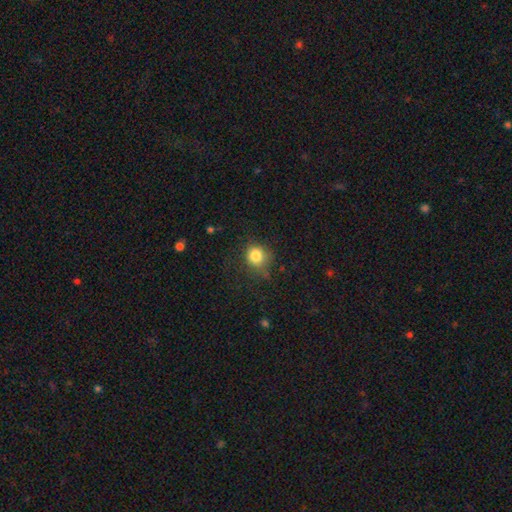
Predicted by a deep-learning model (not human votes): Smooth or featured?
  - smooth: 82% *
  - star or artifact: 11%
  - featured or disk: 6%
How rounded?
  - round: 84% *
  - in between: 15%
  - cigar-shaped: 1%
Merging?
  - none: 68% *
  - minor disturbance: 22%
  - major disturbance: 8%
  - merger: 2%